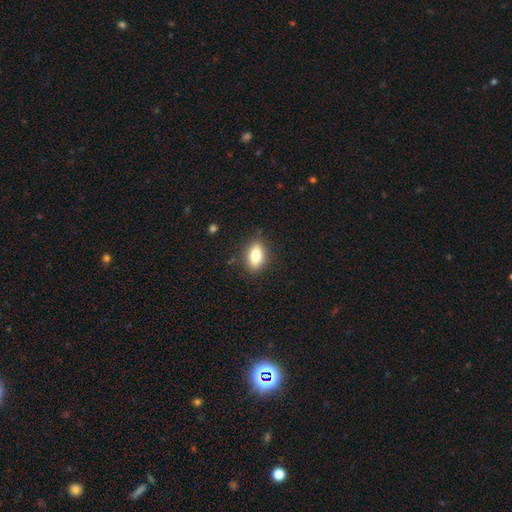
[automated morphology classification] smooth_or_featured: smooth (p=0.78) [alt: featured or disk p=0.13]
how_rounded: in between (p=0.84) [alt: round p=0.08]
merging: none (p=0.85) [alt: minor disturbance p=0.11]